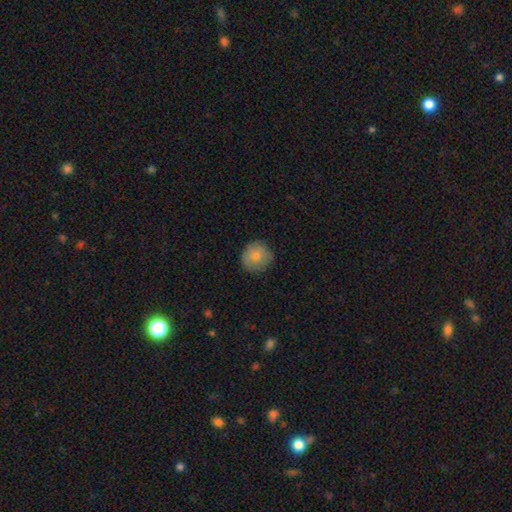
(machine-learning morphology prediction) Smooth or featured?
  - smooth: 80% *
  - featured or disk: 13%
  - star or artifact: 7%
How rounded?
  - round: 90% *
  - in between: 9%
  - cigar-shaped: 1%
Merging?
  - none: 80% *
  - minor disturbance: 16%
  - major disturbance: 3%
  - merger: 1%